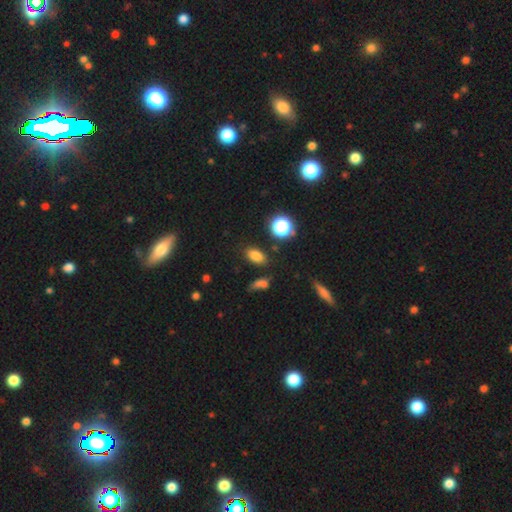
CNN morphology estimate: Smooth or featured? smooth (77%)
How rounded? in between (83%)
Merging? none (82%)